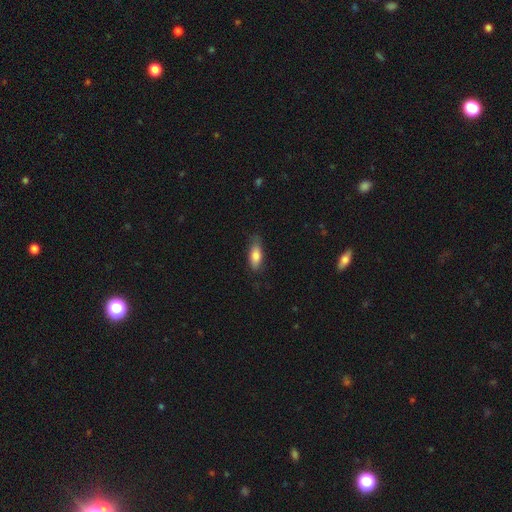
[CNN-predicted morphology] The model was most divided on "merging": none: 71%, minor disturbance: 23%, major disturbance: 5%, merger: 1%. More confident: smooth or featured — smooth (79%); how rounded — in between (74%).